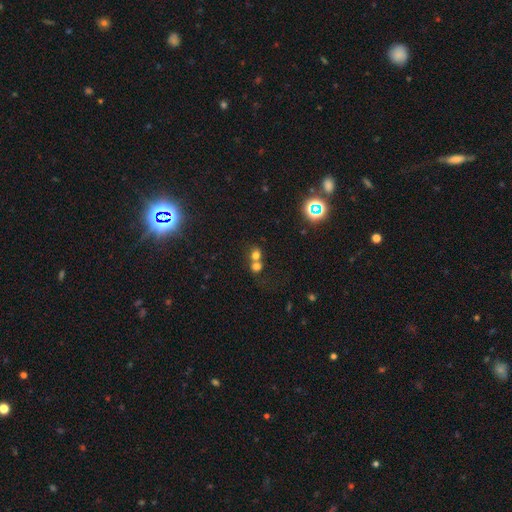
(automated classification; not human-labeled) A smooth galaxy with no disk features (69%) that is round (71%). Merging: merger (58%).